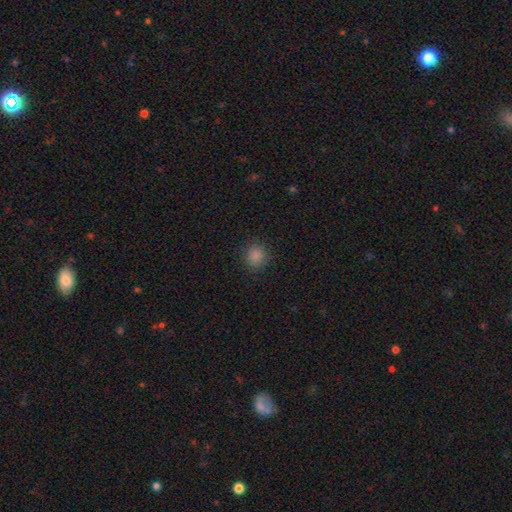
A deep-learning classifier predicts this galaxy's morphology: smooth_or_featured: smooth (p=0.85) [alt: star or artifact p=0.12]
how_rounded: round (p=0.88) [alt: in between p=0.11]
merging: none (p=0.90) [alt: minor disturbance p=0.07]